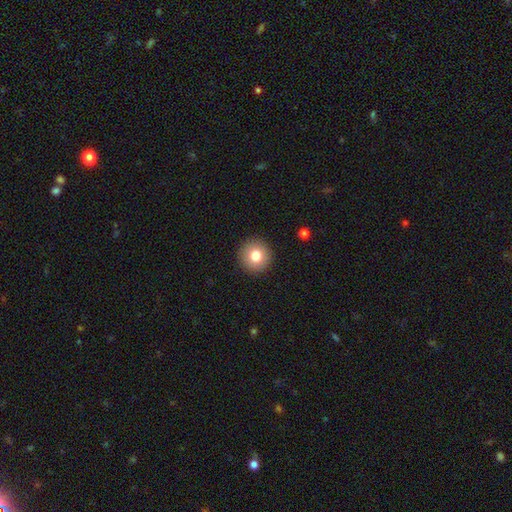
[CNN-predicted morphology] Smooth or featured: smooth — 79% (featured or disk — 11%)
How rounded: round — 95% (in between — 4%)
Merging: none — 92% (minor disturbance — 5%)